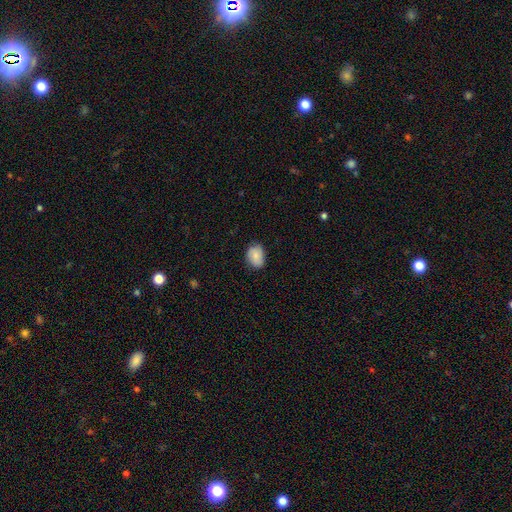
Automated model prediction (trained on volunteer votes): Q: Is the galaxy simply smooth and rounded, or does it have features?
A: smooth — 77%.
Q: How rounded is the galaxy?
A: in between — 67%.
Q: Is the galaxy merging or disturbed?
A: none — 75%.